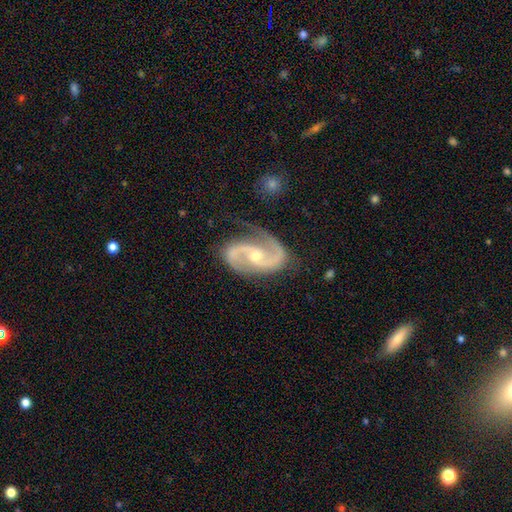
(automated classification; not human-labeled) Overall: featured or disk (93%). Edge-on disk: no (98%). Bar: no (50%; weak 34%). Spiral arms: yes (98%). Spiral arm count: 2 (94%). Spiral winding: medium (57%; loose 26%). Bulge size: small (49%; moderate 48%). Merging: none (76%).